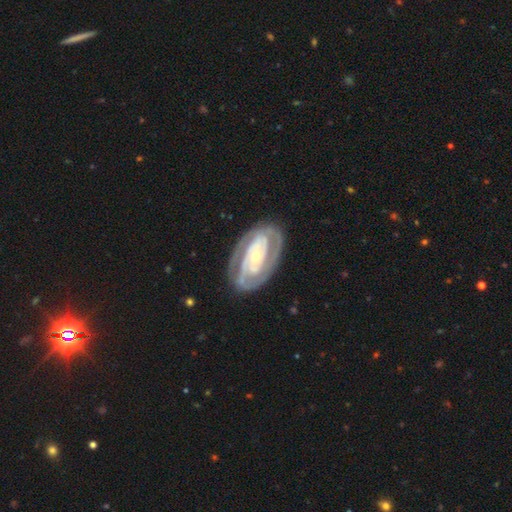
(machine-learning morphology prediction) Q: Smooth or featured?
A: featured or disk (87%); runner-up: smooth (8%)
Q: Edge-on disk?
A: no (96%); runner-up: yes (4%)
Q: Bar?
A: no (54%); runner-up: weak (26%)
Q: Spiral arms?
A: yes (93%); runner-up: no (7%)
Q: Spiral winding?
A: tight (71%); runner-up: medium (24%)
Q: Spiral arm count?
A: 2 (57%); runner-up: can't tell (18%)
Q: Bulge size?
A: small (60%); runner-up: moderate (34%)
Q: Merging?
A: none (79%); runner-up: minor disturbance (15%)